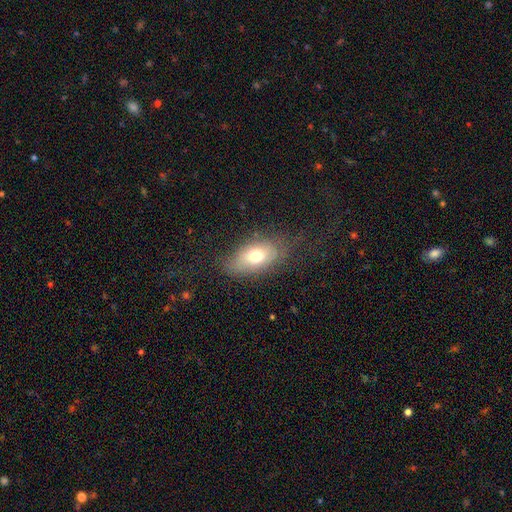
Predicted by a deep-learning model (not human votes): Smooth or featured? smooth (68%)
How rounded? in between (87%)
Merging? none (62%)